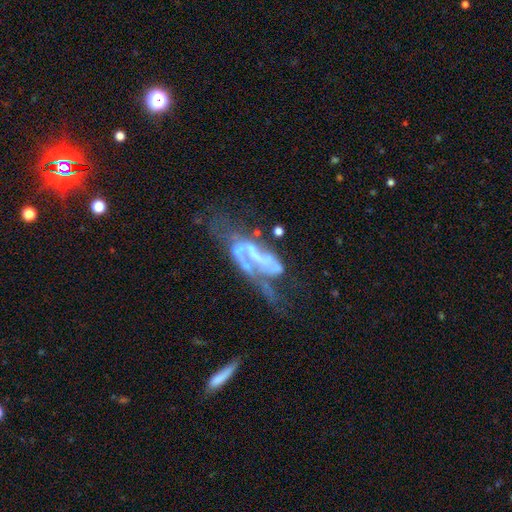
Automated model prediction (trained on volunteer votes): Smooth or featured? Predicted: featured or disk (p=0.78). Edge-on disk? Predicted: no (p=0.91). Bar? Predicted: no (p=0.41). Spiral arms? Predicted: yes (p=0.66). Bulge size? Predicted: none (p=0.53). Merging? Predicted: major disturbance (p=0.39).